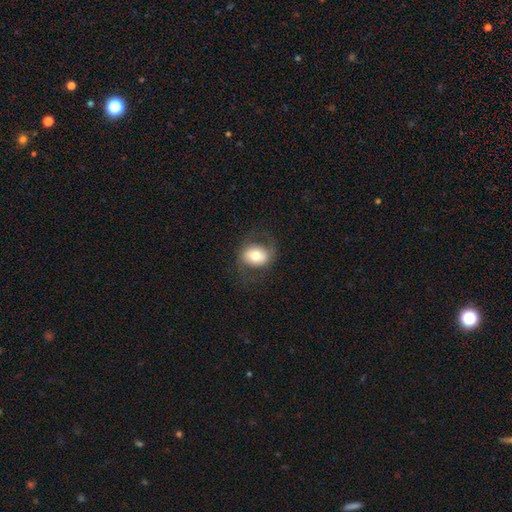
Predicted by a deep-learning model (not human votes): Morphology: type=smooth (59%); roundness=in between (54%); merging=none (70%).